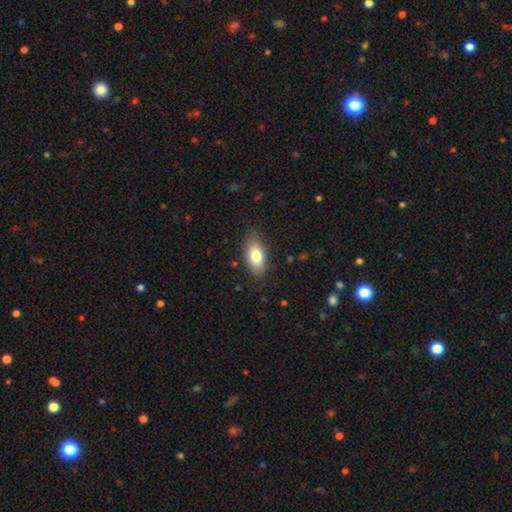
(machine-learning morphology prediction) Smooth or featured?
  - smooth: 78% *
  - featured or disk: 15%
  - star or artifact: 7%
How rounded?
  - in between: 90% *
  - cigar-shaped: 6%
  - round: 4%
Merging?
  - none: 83% *
  - minor disturbance: 13%
  - major disturbance: 3%
  - merger: 1%